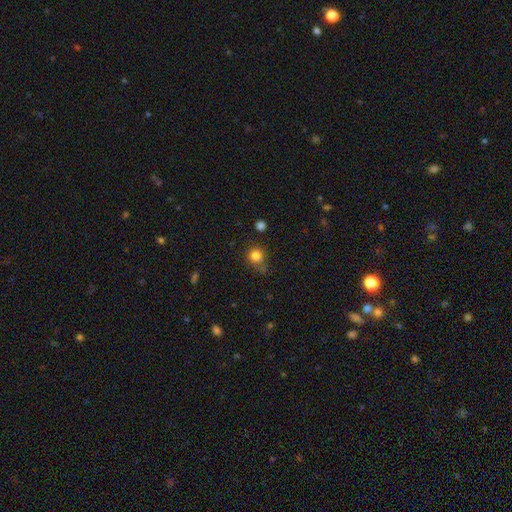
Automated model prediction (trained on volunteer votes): Smooth or featured? Predicted: smooth (p=0.82). How rounded? Predicted: round (p=0.82). Merging? Predicted: none (p=0.65).